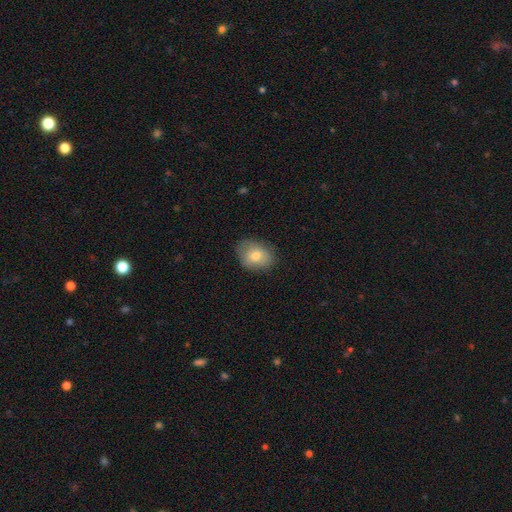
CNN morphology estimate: Overall: smooth (76%). How rounded: in between (67%; round 32%). Merging: none (75%).